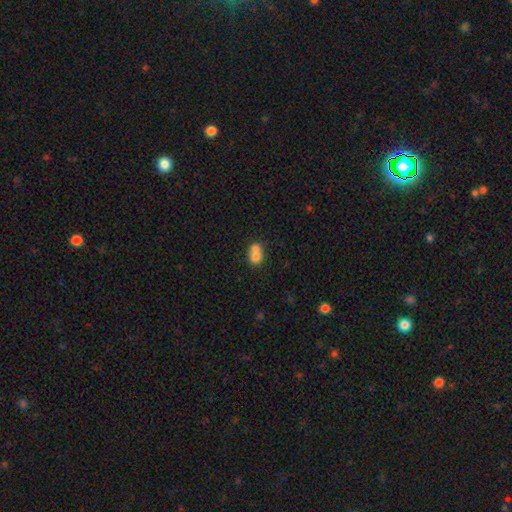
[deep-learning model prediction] A smooth galaxy with no disk features (71%) that is round (57%).

Vote fractions:
- Smooth or featured? smooth: 71% / featured or disk: 19% / star or artifact: 10%
- How rounded? round: 57% / in between: 41% / cigar-shaped: 1%
- Merging? merger: 66% / none: 24% / minor disturbance: 7% / major disturbance: 3%